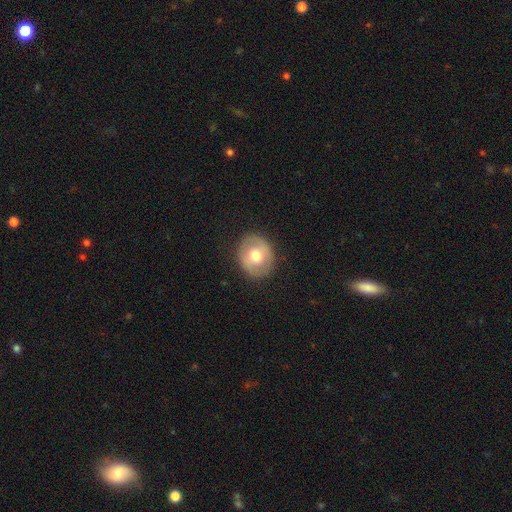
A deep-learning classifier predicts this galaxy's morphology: Smooth or featured? Predicted: smooth (p=0.56). How rounded? Predicted: round (p=0.67). Merging? Predicted: none (p=0.85).